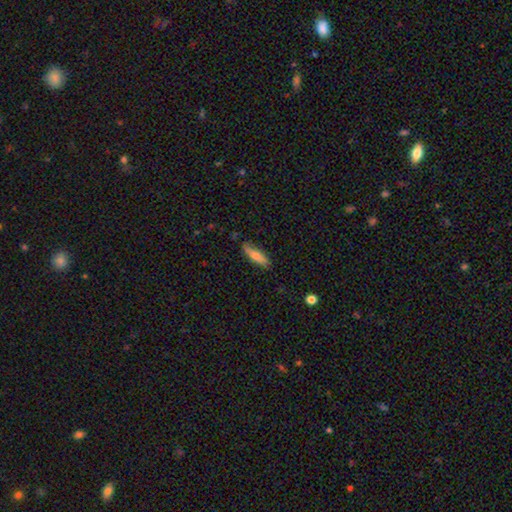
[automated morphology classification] Smooth or featured: smooth — 68% (featured or disk — 26%)
How rounded: cigar-shaped — 64% (in between — 34%)
Merging: none — 77% (minor disturbance — 18%)